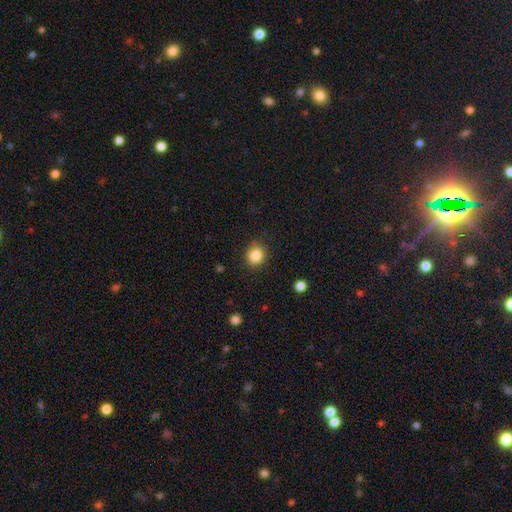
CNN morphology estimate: A smooth galaxy with no disk features (85%) that is round (80%). Merging: none (87%).